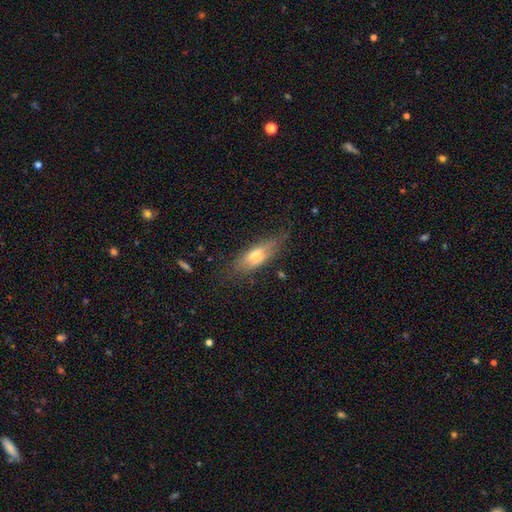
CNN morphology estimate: smooth_or_featured: smooth (p=0.52) [alt: featured or disk p=0.40]
how_rounded: in between (p=0.52) [alt: cigar-shaped p=0.44]
merging: none (p=0.71) [alt: minor disturbance p=0.21]